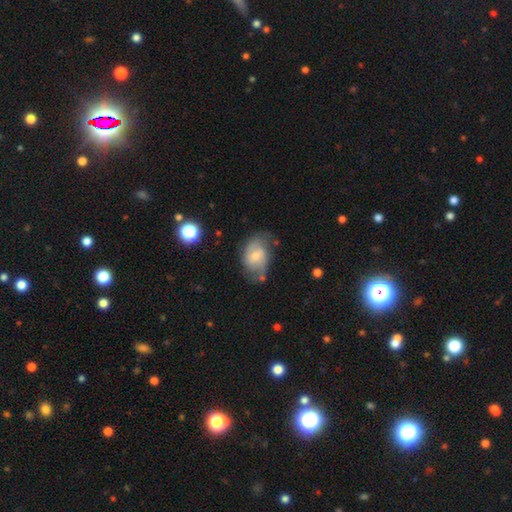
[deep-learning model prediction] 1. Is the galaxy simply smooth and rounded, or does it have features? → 54% featured or disk, 38% smooth, 8% star or artifact.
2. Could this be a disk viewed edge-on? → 96% no, 4% yes.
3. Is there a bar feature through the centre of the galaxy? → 48% no, 44% weak, 8% strong.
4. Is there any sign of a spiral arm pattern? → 81% yes, 19% no.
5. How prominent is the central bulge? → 50% small, 39% moderate, 6% none, 4% large, 1% dominant.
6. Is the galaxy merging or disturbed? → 54% none, 28% minor disturbance, 13% major disturbance, 5% merger.